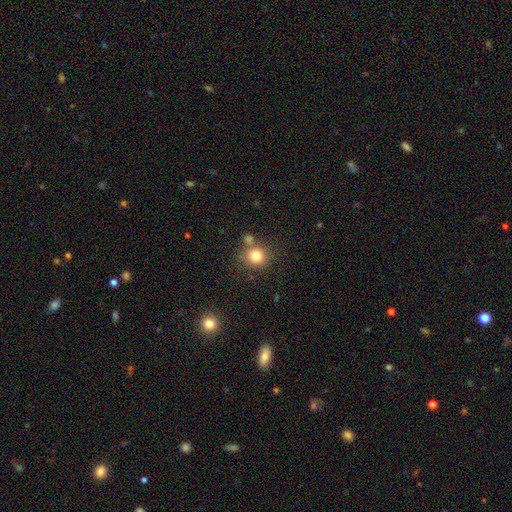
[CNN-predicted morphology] smooth_or_featured: smooth (p=0.80) [alt: star or artifact p=0.12]
how_rounded: round (p=0.87) [alt: in between p=0.12]
merging: none (p=0.69) [alt: merger p=0.16]